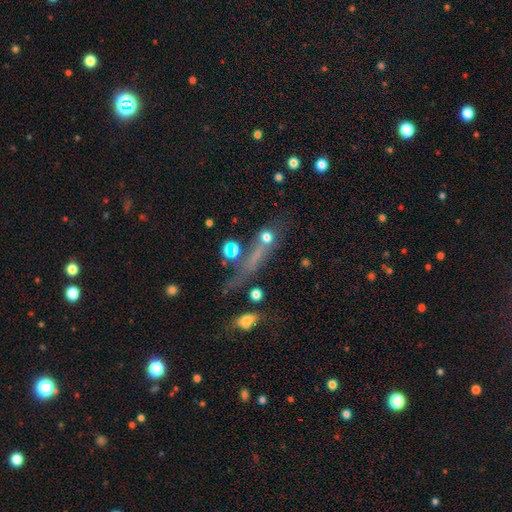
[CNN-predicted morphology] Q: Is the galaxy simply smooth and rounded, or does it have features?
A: smooth — 38%.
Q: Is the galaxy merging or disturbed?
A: none — 51%.